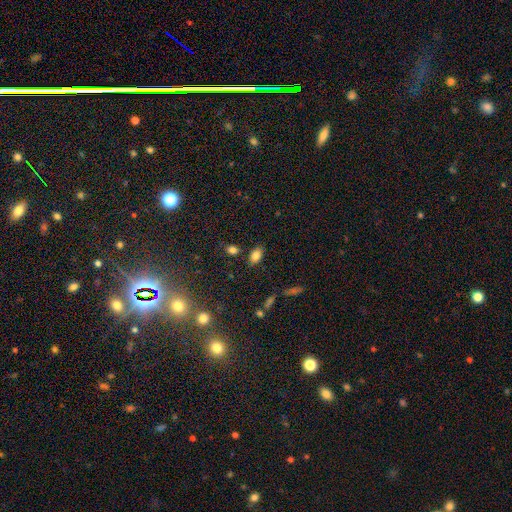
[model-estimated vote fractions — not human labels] This is clearly a smooth galaxy (81%). How rounded: clearly in between (90%). Merging: clearly none (81%).